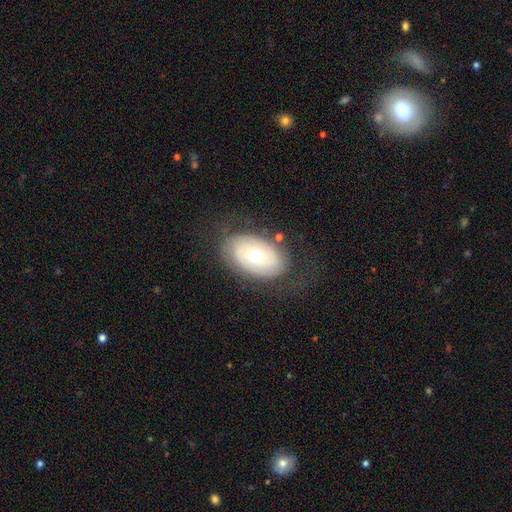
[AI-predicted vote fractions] Smooth or featured? featured or disk (52%)
Edge-on disk? no (92%)
Merging? none (70%)